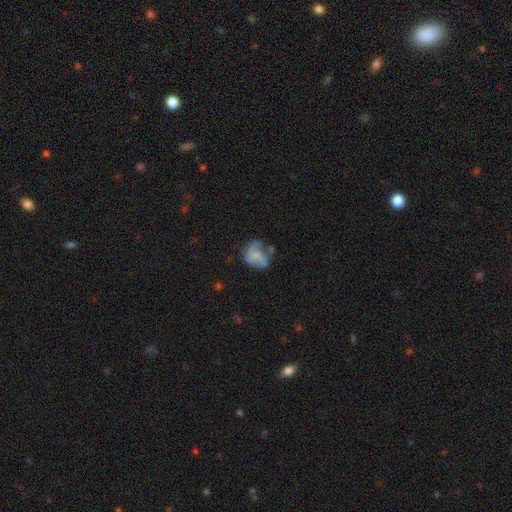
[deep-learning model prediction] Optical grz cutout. It shows a smooth galaxy with no disk features (48%). Merging: none (34%).